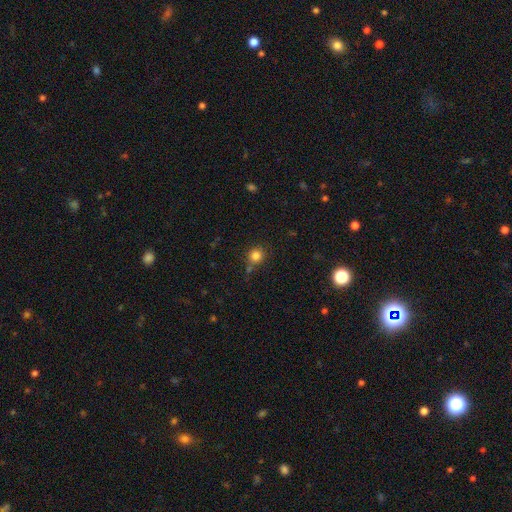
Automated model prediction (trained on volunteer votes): Smooth or featured?
  - smooth: 82% *
  - star or artifact: 12%
  - featured or disk: 5%
How rounded?
  - round: 89% *
  - in between: 10%
  - cigar-shaped: 1%
Merging?
  - none: 73% *
  - minor disturbance: 13%
  - merger: 10%
  - major disturbance: 4%